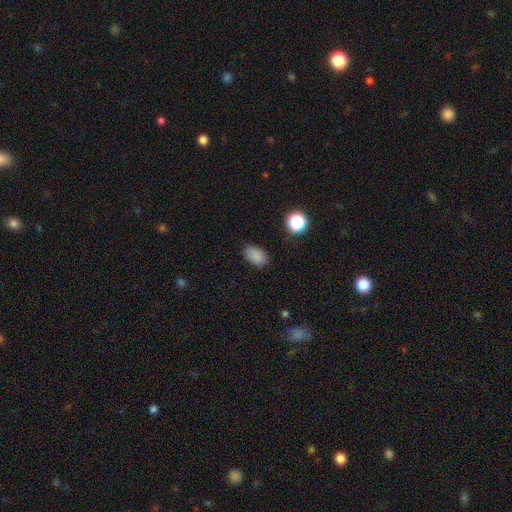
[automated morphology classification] A smooth galaxy with no disk features (84%) that is in between round and cigar-shaped (87%). Merging: none (83%).